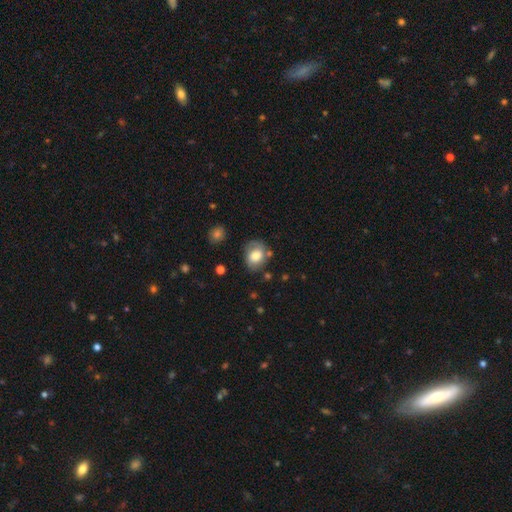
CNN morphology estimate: type=smooth (59%); roundness=round (51%); merging=none (63%).